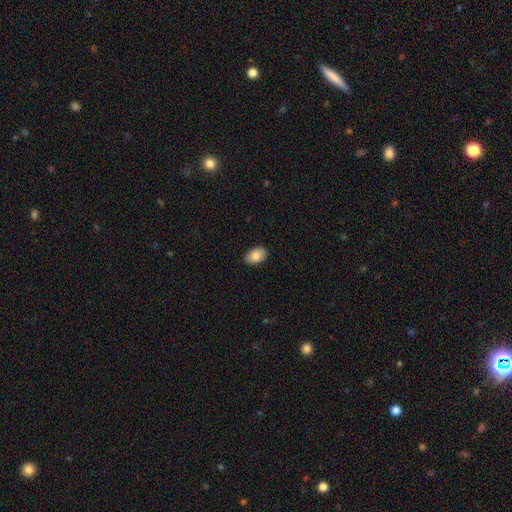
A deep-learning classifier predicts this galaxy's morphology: This is clearly a smooth galaxy (83%). How rounded: clearly in between (86%). Merging: clearly none (89%).